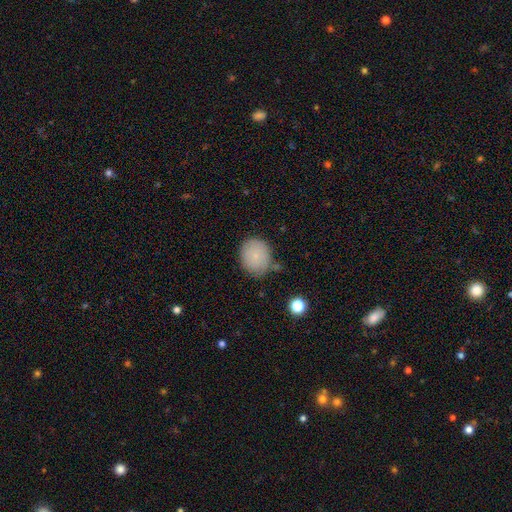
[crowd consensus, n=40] This appears to be a smooth galaxy with no disk features (85%) that is round (68%). Merging: none (68%).